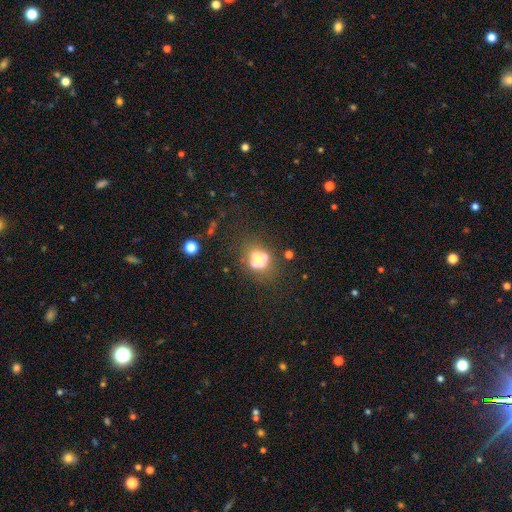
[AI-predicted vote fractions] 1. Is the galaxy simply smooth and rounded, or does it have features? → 39% smooth, 32% featured or disk, 28% star or artifact.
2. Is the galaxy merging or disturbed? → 44% none, 38% merger, 10% minor disturbance, 8% major disturbance.